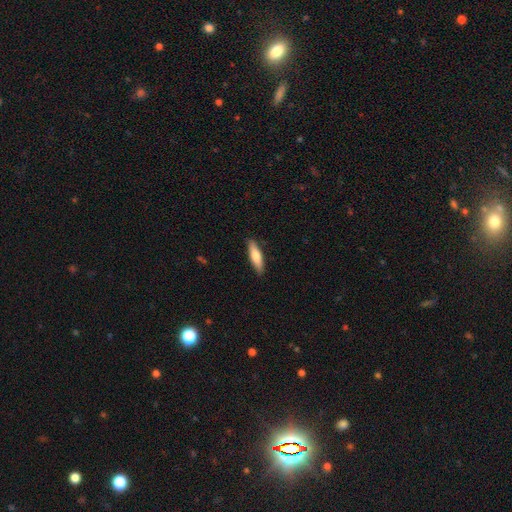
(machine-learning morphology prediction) A smooth galaxy with no disk features (72%) that is cigar-shaped (68%). Merging: none (87%).